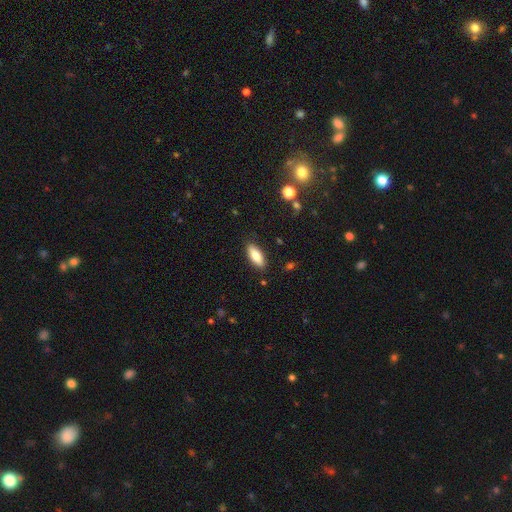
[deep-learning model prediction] Morphology: type=smooth (79%); roundness=in between (78%); merging=none (88%).